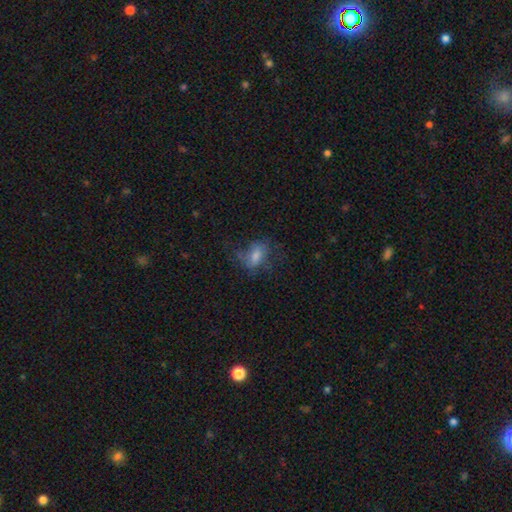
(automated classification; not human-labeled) Smooth or featured: smooth — 52% (featured or disk — 34%)
How rounded: in between — 79% (round — 15%)
Merging: none — 50% (major disturbance — 25%)